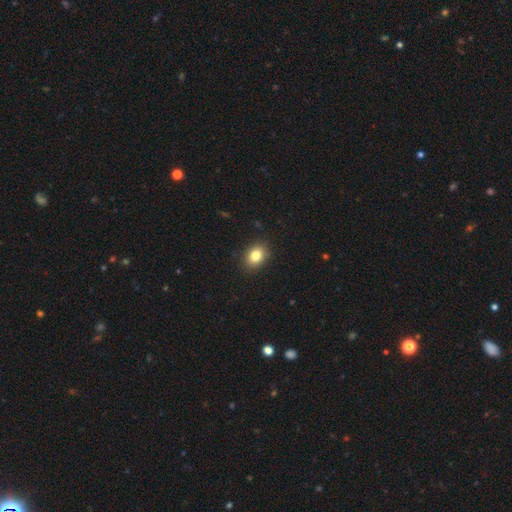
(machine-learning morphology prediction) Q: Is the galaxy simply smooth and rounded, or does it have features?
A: smooth — 82%.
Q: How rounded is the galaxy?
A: in between — 67%.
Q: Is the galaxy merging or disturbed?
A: none — 89%.